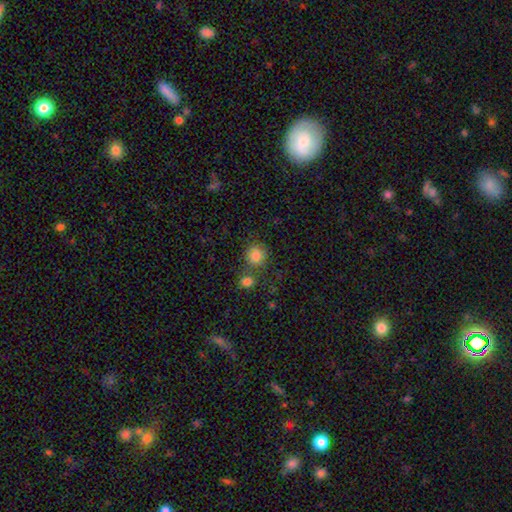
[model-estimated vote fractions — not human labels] smooth-or-featured: smooth: 83% | star or artifact: 10% | featured or disk: 6%
  how-rounded: round: 88% | in between: 11% | cigar-shaped: 1%
  merging: none: 68% | merger: 19% | minor disturbance: 10% | major disturbance: 4%